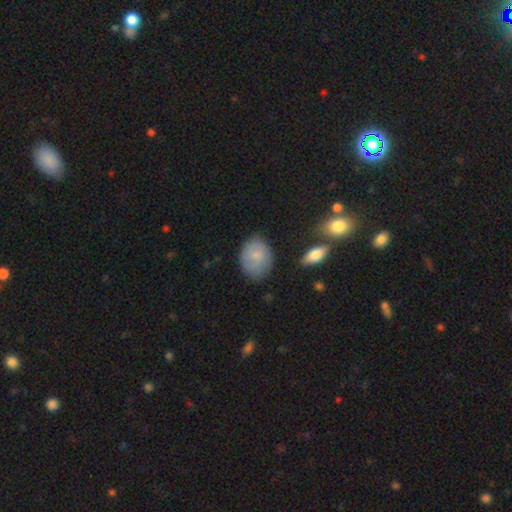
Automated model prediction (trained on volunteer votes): This is likely a smooth galaxy (73%). How rounded: likely in between (62%). Merging: likely none (70%).